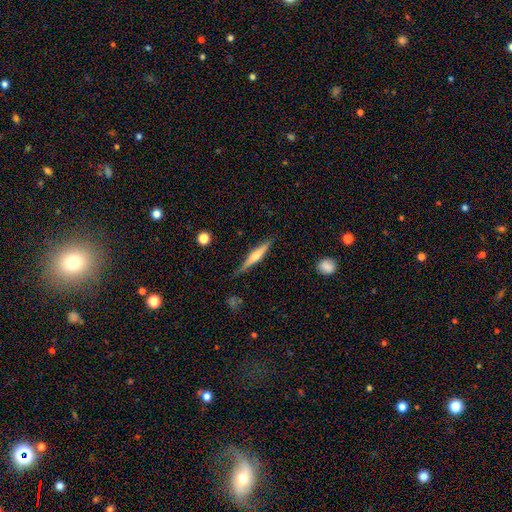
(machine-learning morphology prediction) A featured or disk galaxy (59%) viewed edge-on (97%) with a rounded central bulge (81%). Merging: none (81%).